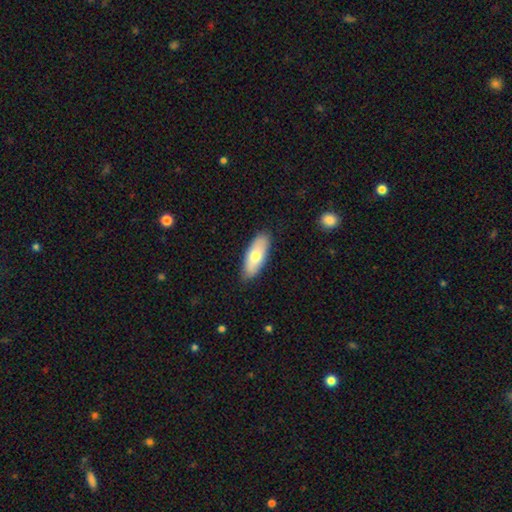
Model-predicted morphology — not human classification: smooth_or_featured: smooth (p=0.69) [alt: featured or disk p=0.25]
how_rounded: in between (p=0.78) [alt: cigar-shaped p=0.19]
merging: none (p=0.86) [alt: minor disturbance p=0.11]